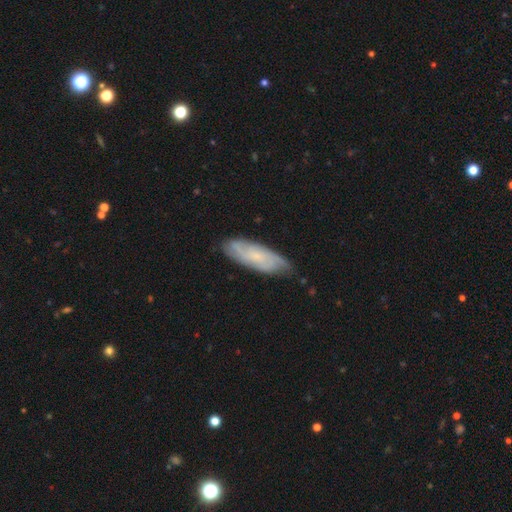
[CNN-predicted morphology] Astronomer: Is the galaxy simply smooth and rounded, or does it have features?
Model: featured or disk — 56% (runner-up: smooth, 37%).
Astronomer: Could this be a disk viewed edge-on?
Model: no — 82%.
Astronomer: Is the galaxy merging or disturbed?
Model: none — 77%.